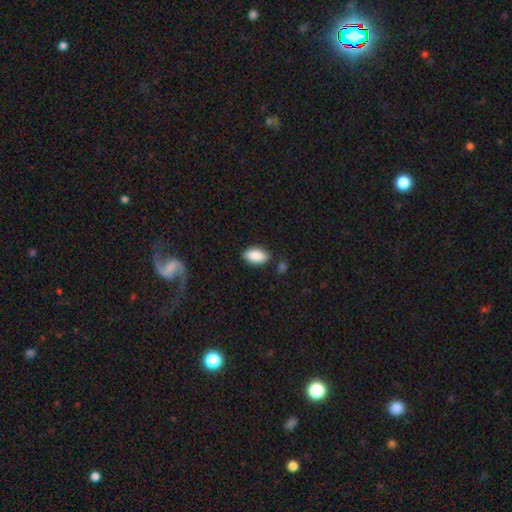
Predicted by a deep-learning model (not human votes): Overall: smooth (89%). How rounded: in between (93%). Merging: none (82%).